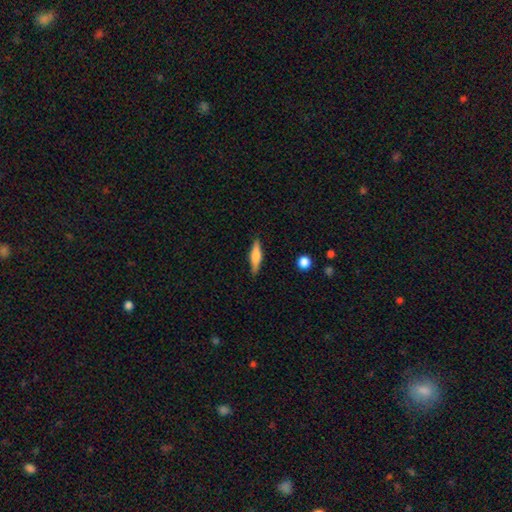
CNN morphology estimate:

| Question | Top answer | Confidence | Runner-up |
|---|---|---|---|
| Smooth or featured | smooth | 52% | featured or disk (41%) |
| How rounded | cigar-shaped | 73% | in between (25%) |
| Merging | none | 87% | minor disturbance (9%) |